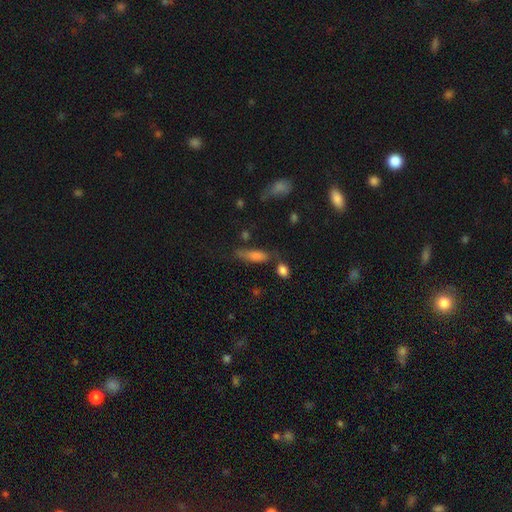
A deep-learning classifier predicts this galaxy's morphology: Q: Smooth or featured?
A: smooth (75%); runner-up: featured or disk (16%)
Q: How rounded?
A: cigar-shaped (49%); runner-up: in between (47%)
Q: Merging?
A: none (53%); runner-up: minor disturbance (24%)